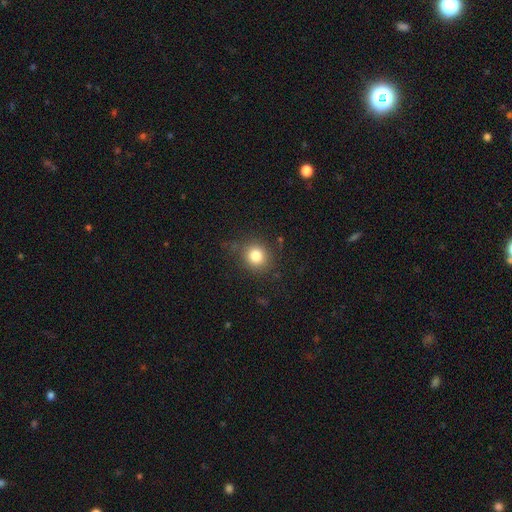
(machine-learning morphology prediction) A smooth galaxy with no disk features (82%) that is round (85%).

Vote fractions:
- Smooth or featured? smooth: 82% / star or artifact: 11% / featured or disk: 7%
- How rounded? round: 85% / in between: 14% / cigar-shaped: 1%
- Merging? none: 81% / minor disturbance: 12% / major disturbance: 5% / merger: 2%